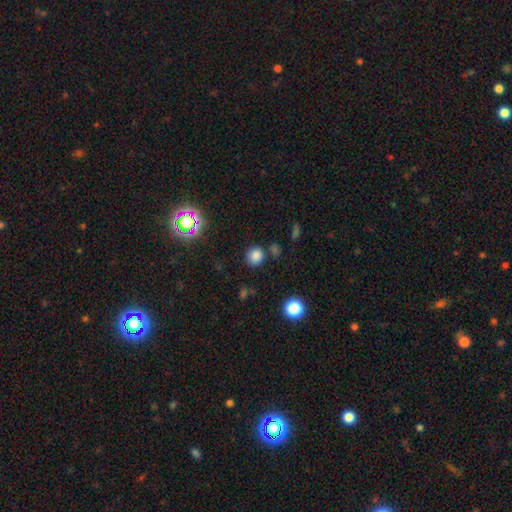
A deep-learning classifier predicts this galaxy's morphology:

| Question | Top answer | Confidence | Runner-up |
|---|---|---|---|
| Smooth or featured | smooth | 79% | star or artifact (16%) |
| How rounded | round | 86% | in between (13%) |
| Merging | none | 80% | minor disturbance (10%) |